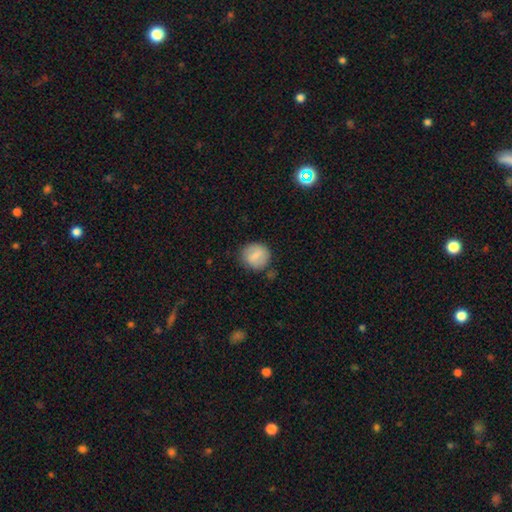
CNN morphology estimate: The model was most divided on "smooth or featured": smooth: 74%, featured or disk: 19%, star or artifact: 7%. More confident: how rounded — round (85%); merging — none (78%).